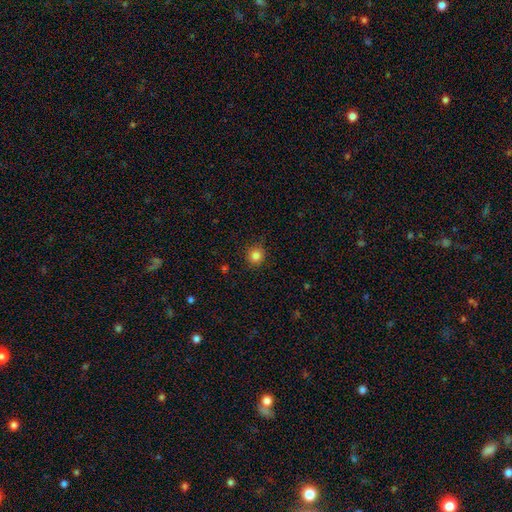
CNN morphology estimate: smooth 84%, star or artifact 11%, featured or disk 4%. Down the decision tree: how rounded — round (90%); merging — none (87%).